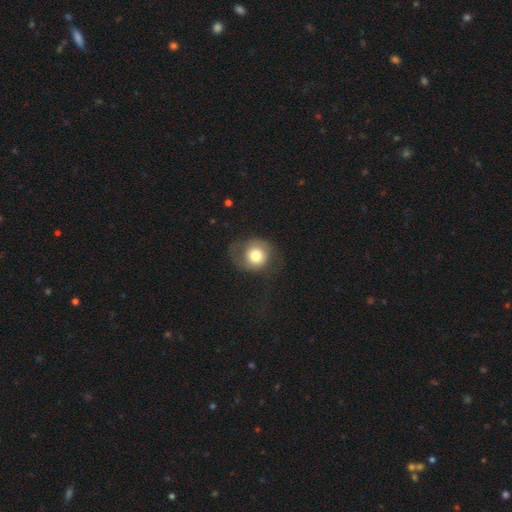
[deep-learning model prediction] This is likely a smooth galaxy (65%). How rounded: clearly round (81%). Merging: possibly none (52%).